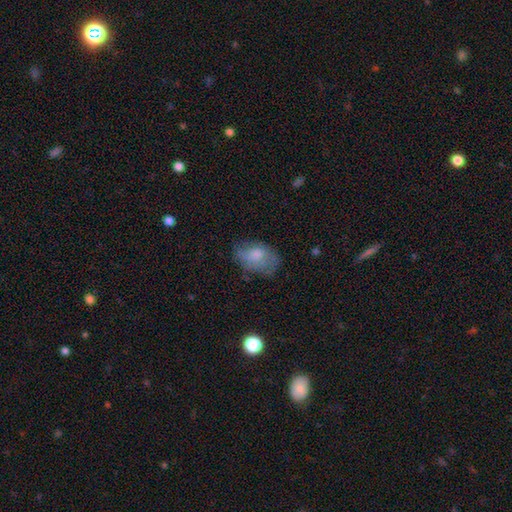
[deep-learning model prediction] Smooth or featured: smooth — 66% (featured or disk — 26%)
How rounded: in between — 84% (round — 14%)
Merging: none — 52% (minor disturbance — 30%)